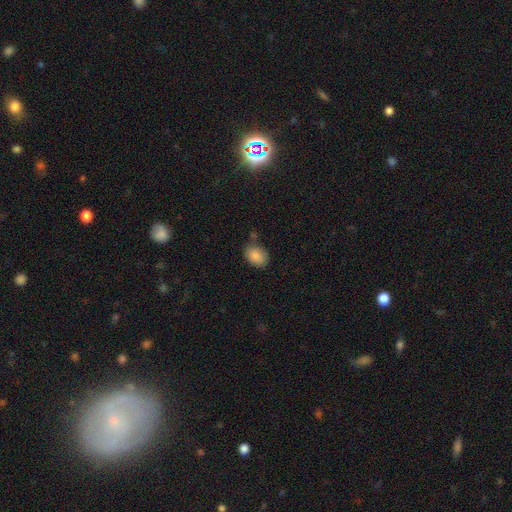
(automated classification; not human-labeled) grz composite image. It shows a smooth galaxy with no disk features (87%) that is in between round and cigar-shaped (74%). Merging: none (69%).